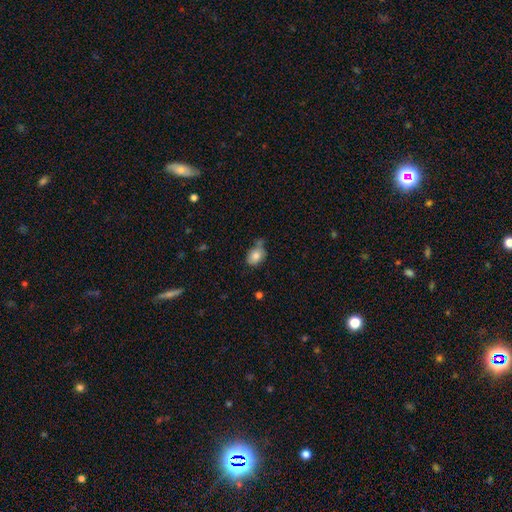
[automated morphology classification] A smooth galaxy with no disk features (82%) that is in between round and cigar-shaped (75%).

Vote fractions:
- Smooth or featured? smooth: 82% / featured or disk: 10% / star or artifact: 9%
- How rounded? in between: 75% / round: 24% / cigar-shaped: 1%
- Merging? none: 54% / minor disturbance: 28% / merger: 12% / major disturbance: 7%